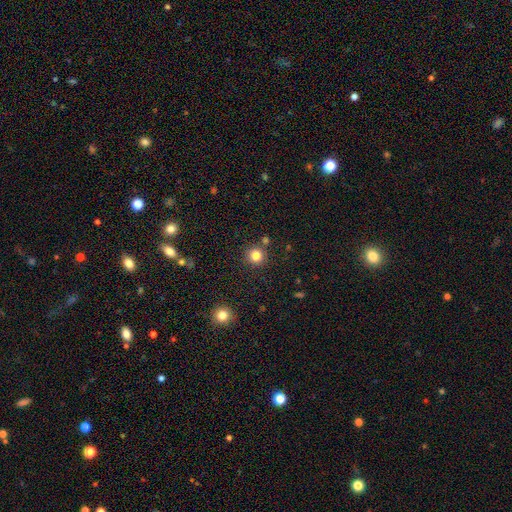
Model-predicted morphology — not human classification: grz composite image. It shows a smooth galaxy with no disk features (83%) that is round (94%). Merging: none (85%).